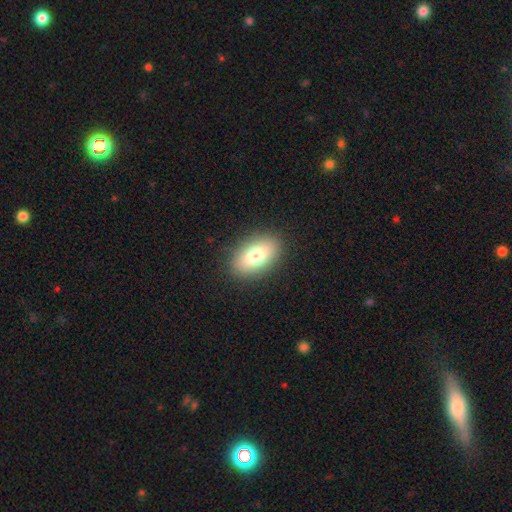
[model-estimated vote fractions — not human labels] Smooth or featured: smooth — 76% (featured or disk — 15%)
How rounded: in between — 90% (round — 8%)
Merging: none — 88% (minor disturbance — 8%)